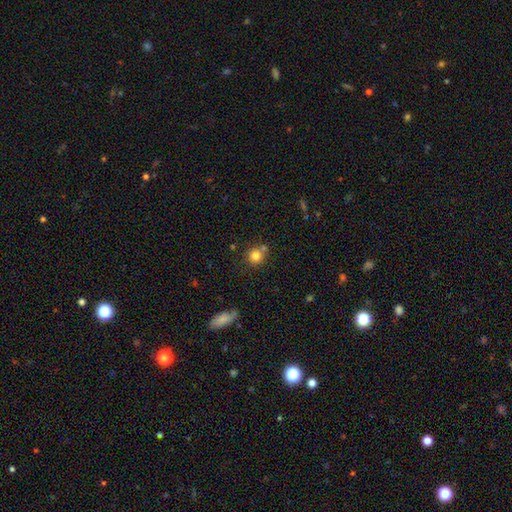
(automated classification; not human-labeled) Smooth or featured? smooth (81%)
How rounded? round (89%)
Merging? none (67%)